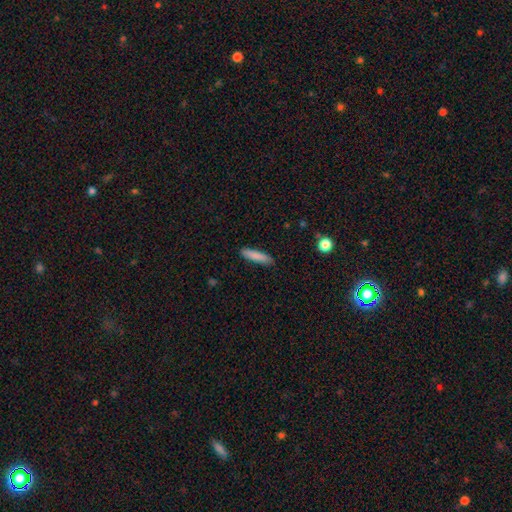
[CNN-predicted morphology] smooth 86%, featured or disk 8%, star or artifact 6%. Down the decision tree: how rounded — cigar-shaped (83%); merging — none (88%).